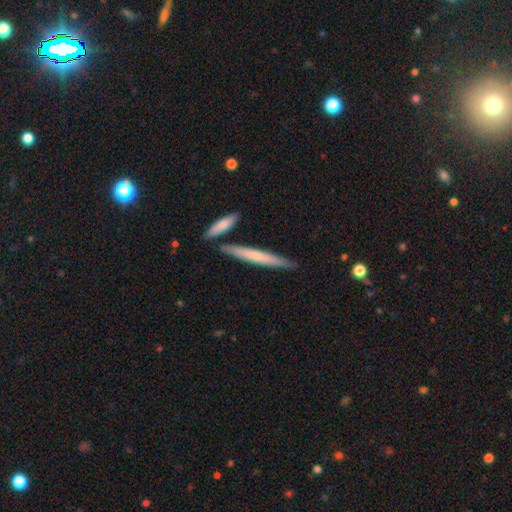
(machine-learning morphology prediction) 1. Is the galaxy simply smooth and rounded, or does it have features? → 56% smooth, 39% featured or disk, 5% star or artifact.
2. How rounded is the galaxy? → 95% cigar-shaped, 4% in between, 1% round.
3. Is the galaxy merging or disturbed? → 82% none, 9% minor disturbance, 7% merger, 2% major disturbance.